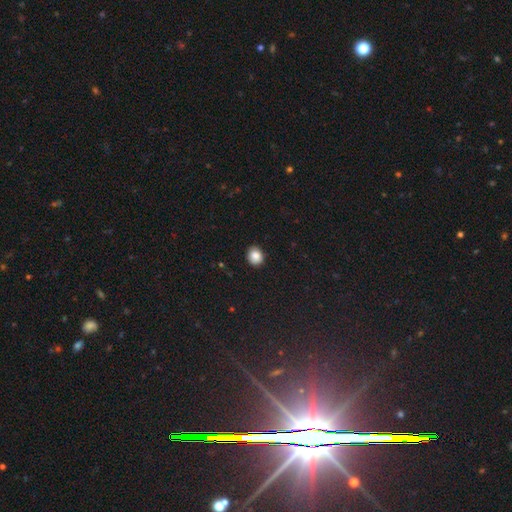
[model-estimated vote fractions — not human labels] smooth_or_featured: smooth (p=0.87) [alt: star or artifact p=0.09]
how_rounded: round (p=0.70) [alt: in between p=0.29]
merging: none (p=0.89) [alt: minor disturbance p=0.09]